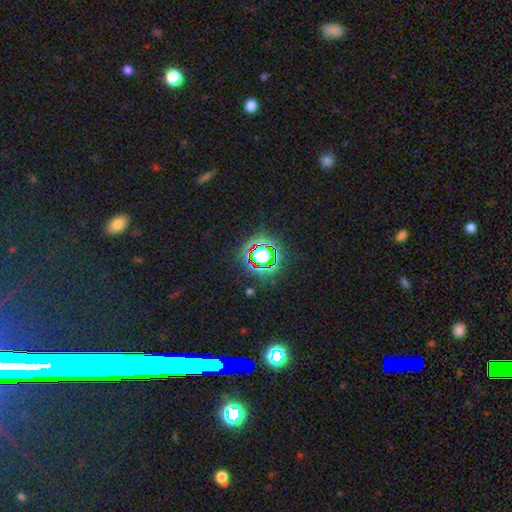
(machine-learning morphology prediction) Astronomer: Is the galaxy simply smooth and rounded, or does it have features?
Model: star or artifact — 74%.